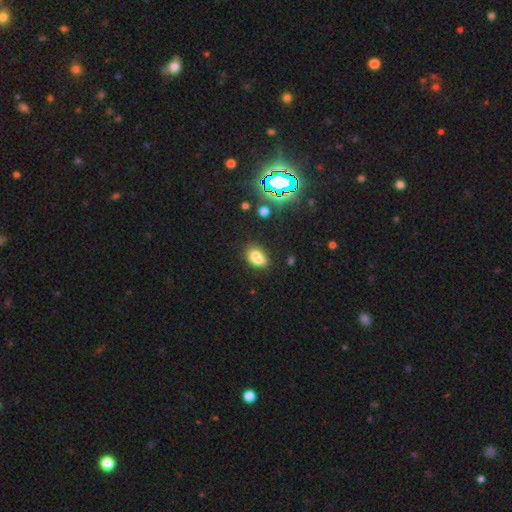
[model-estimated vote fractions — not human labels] Q: Smooth or featured?
A: smooth (70%); runner-up: featured or disk (15%)
Q: How rounded?
A: in between (70%); runner-up: round (28%)
Q: Merging?
A: none (41%); runner-up: merger (38%)